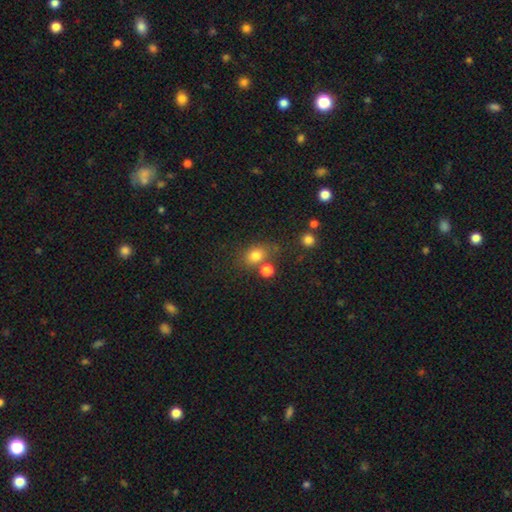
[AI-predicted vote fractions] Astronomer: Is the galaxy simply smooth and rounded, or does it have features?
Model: smooth — 78%.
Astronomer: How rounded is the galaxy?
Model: in between — 55% (runner-up: round, 43%).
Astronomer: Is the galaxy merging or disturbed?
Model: none — 62%.